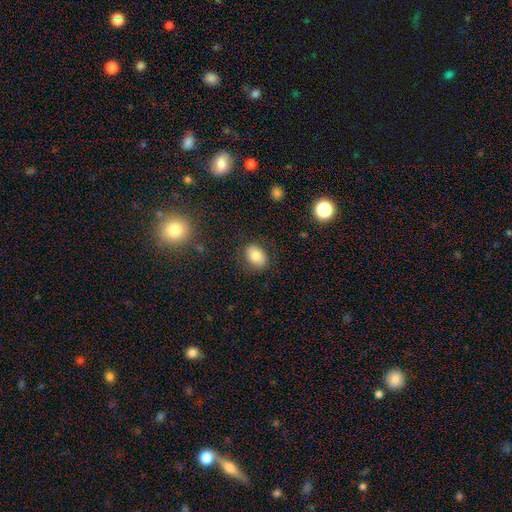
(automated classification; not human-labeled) Morphology: type=smooth (79%); roundness=in between (73%); merging=none (82%).